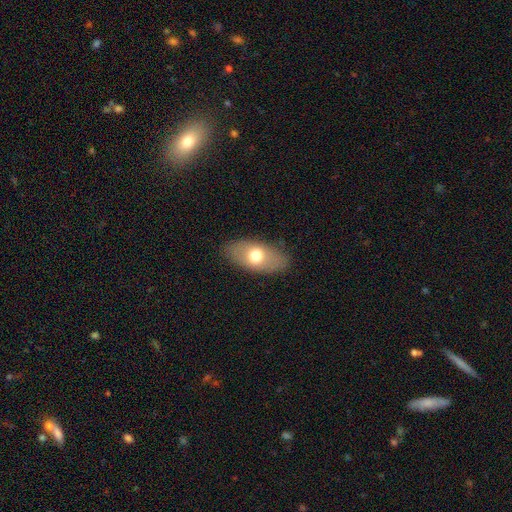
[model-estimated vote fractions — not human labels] smooth_or_featured: smooth (p=0.65) [alt: featured or disk p=0.28]
how_rounded: in between (p=0.90) [alt: round p=0.05]
merging: none (p=0.85) [alt: minor disturbance p=0.11]